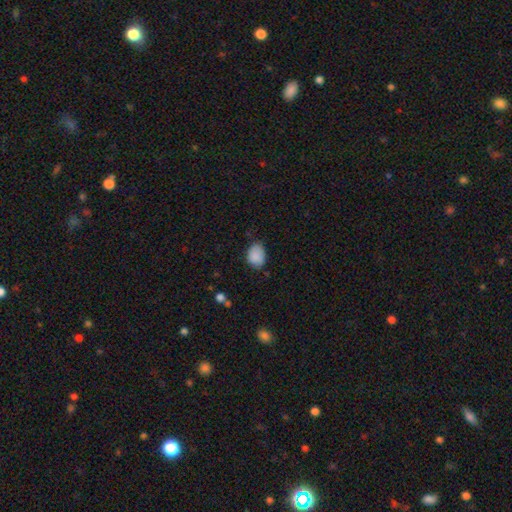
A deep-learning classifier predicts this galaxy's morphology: A smooth galaxy with no disk features (87%) that is in between round and cigar-shaped (74%).

Vote fractions:
- Smooth or featured? smooth: 87% / star or artifact: 8% / featured or disk: 6%
- How rounded? in between: 74% / round: 25% / cigar-shaped: 1%
- Merging? none: 64% / minor disturbance: 29% / major disturbance: 5% / merger: 2%